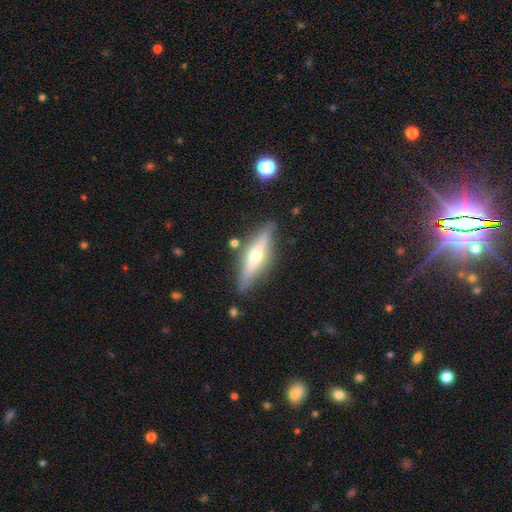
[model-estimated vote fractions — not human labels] Q: Smooth or featured?
A: featured or disk (68%); runner-up: smooth (26%)
Q: Edge-on disk?
A: yes (94%); runner-up: no (6%)
Q: Edge-on bulge?
A: rounded (91%); runner-up: none (5%)
Q: Merging?
A: none (84%); runner-up: minor disturbance (10%)